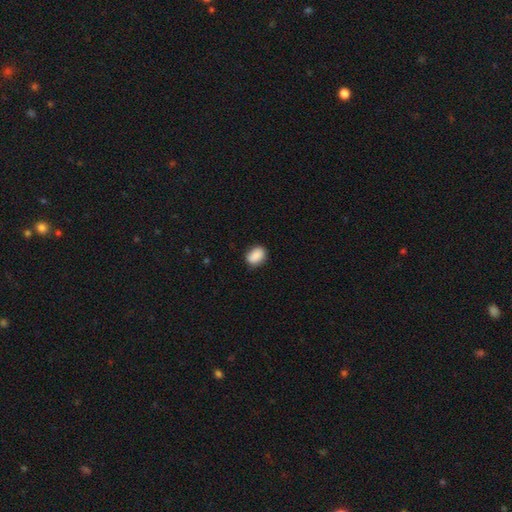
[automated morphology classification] A smooth galaxy with no disk features (89%) that is in between round and cigar-shaped (76%).

Vote fractions:
- Smooth or featured? smooth: 89% / star or artifact: 7% / featured or disk: 4%
- How rounded? in between: 76% / round: 23% / cigar-shaped: 1%
- Merging? none: 83% / minor disturbance: 14% / major disturbance: 3% / merger: 1%